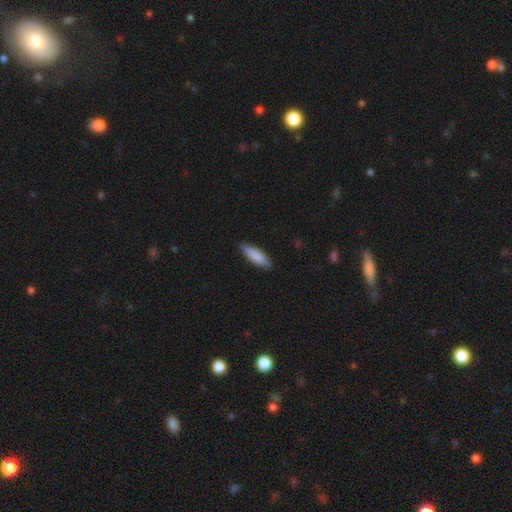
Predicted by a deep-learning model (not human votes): smooth_or_featured: smooth (p=0.86) [alt: featured or disk p=0.09]
how_rounded: cigar-shaped (p=0.56) [alt: in between p=0.43]
merging: none (p=0.86) [alt: minor disturbance p=0.11]